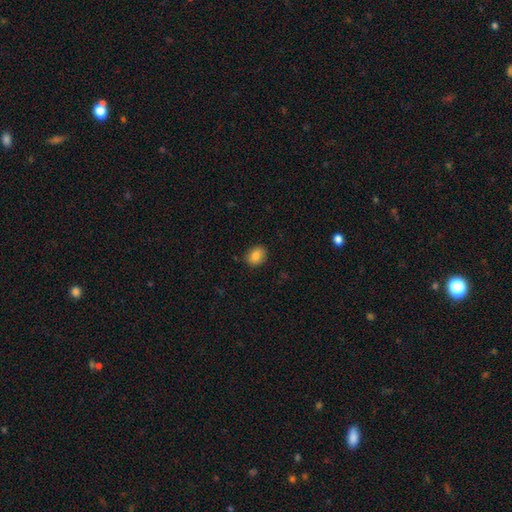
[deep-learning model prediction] Overall: smooth (85%). How rounded: in between (55%; round 44%). Merging: none (85%).